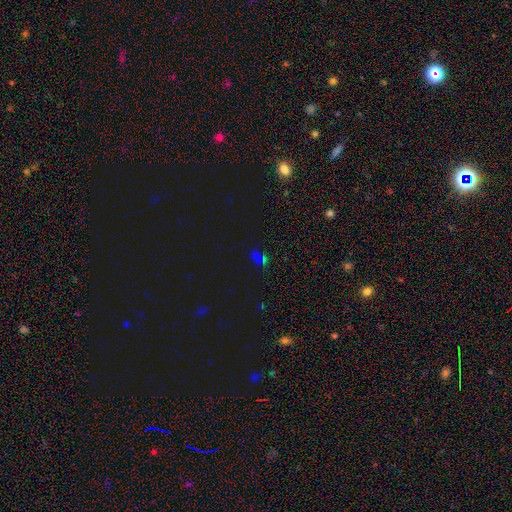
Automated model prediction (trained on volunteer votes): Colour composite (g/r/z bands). It shows a star or artifact, not a galaxy (56%).